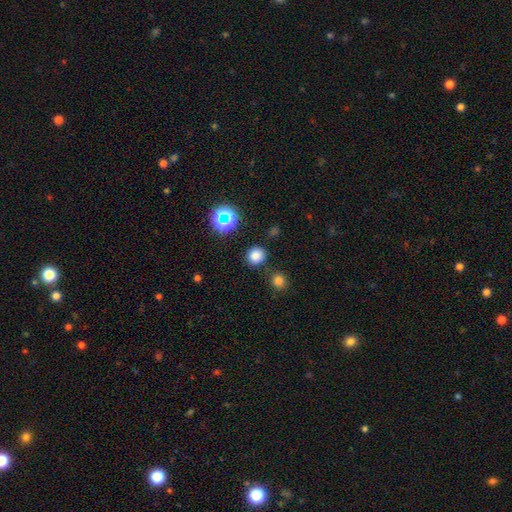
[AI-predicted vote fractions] Morphology: type=smooth (78%); roundness=round (91%); merging=none (86%).